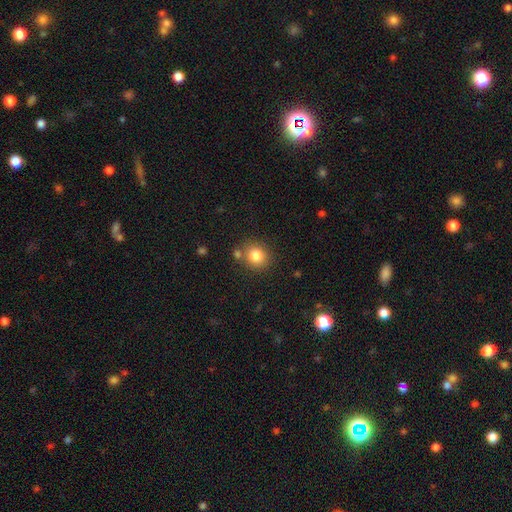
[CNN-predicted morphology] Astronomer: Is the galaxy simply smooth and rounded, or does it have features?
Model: smooth — 82%.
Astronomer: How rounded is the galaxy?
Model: round — 82%.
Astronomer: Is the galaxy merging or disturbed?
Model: none — 77%.